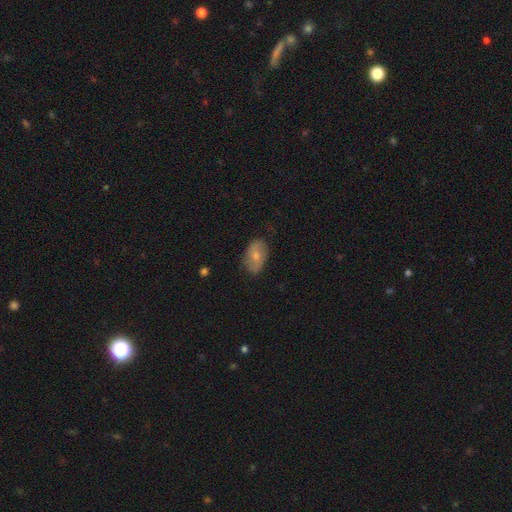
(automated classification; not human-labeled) Q: Smooth or featured?
A: smooth (61%); runner-up: featured or disk (32%)
Q: How rounded?
A: in between (87%); runner-up: round (11%)
Q: Merging?
A: none (80%); runner-up: minor disturbance (16%)